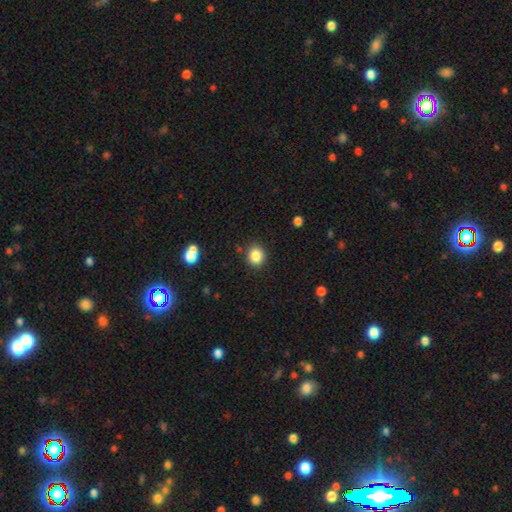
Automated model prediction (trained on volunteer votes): smooth 85%, star or artifact 10%, featured or disk 5%. Down the decision tree: how rounded — round (71%); merging — none (88%).